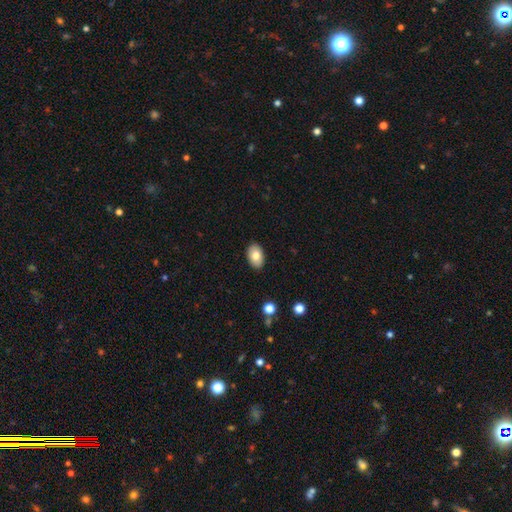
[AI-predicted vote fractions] A smooth galaxy with no disk features (79%) that is in between round and cigar-shaped (90%).

Vote fractions:
- Smooth or featured? smooth: 79% / featured or disk: 14% / star or artifact: 7%
- How rounded? in between: 90% / round: 9% / cigar-shaped: 1%
- Merging? none: 88% / minor disturbance: 9% / major disturbance: 2% / merger: 1%